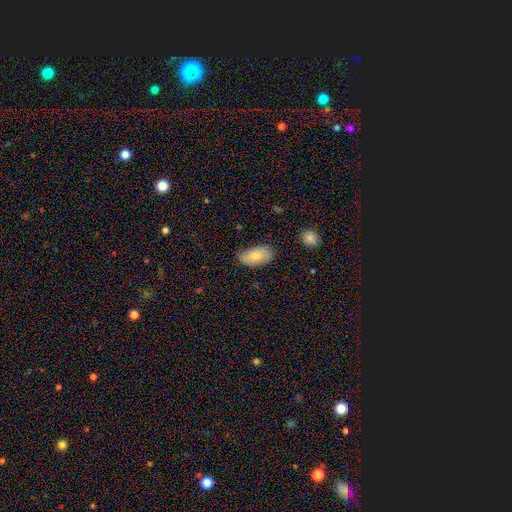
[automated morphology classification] smooth 80%, featured or disk 13%, star or artifact 7%. Down the decision tree: how rounded — in between (94%); merging — none (69%).